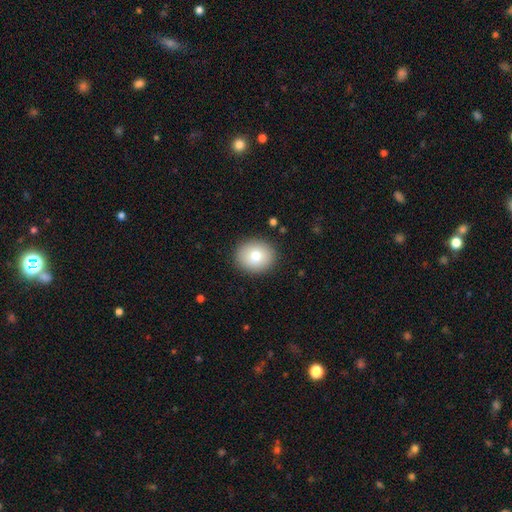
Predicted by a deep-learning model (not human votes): A smooth galaxy with no disk features (77%) that is round (70%).

Vote fractions:
- Smooth or featured? smooth: 77% / featured or disk: 13% / star or artifact: 10%
- How rounded? round: 70% / in between: 29% / cigar-shaped: 1%
- Merging? none: 89% / minor disturbance: 7% / major disturbance: 2% / merger: 1%